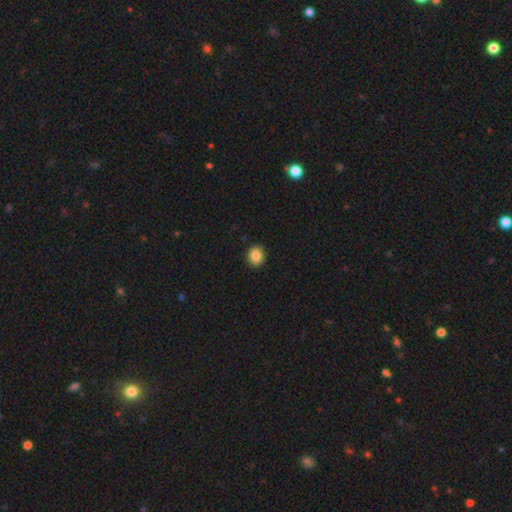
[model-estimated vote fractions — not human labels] Smooth or featured?
  - smooth: 87% *
  - star or artifact: 9%
  - featured or disk: 4%
How rounded?
  - round: 70% *
  - in between: 29%
  - cigar-shaped: 1%
Merging?
  - none: 89% *
  - minor disturbance: 8%
  - major disturbance: 2%
  - merger: 1%